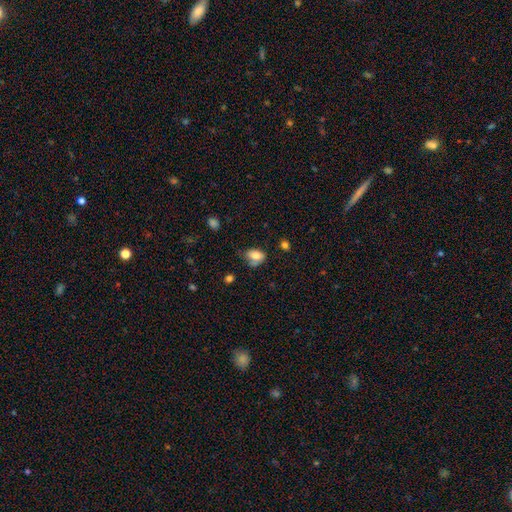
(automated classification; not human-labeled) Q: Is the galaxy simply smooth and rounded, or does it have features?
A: smooth — 77%.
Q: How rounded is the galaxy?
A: in between — 80%.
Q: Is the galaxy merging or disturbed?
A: none — 42%.